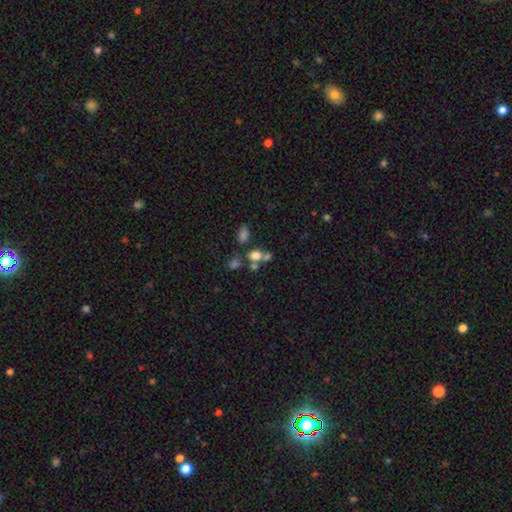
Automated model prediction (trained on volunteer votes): smooth 70%, star or artifact 17%, featured or disk 13%. Down the decision tree: how rounded — in between (49%, tied with round); merging — none (42%).